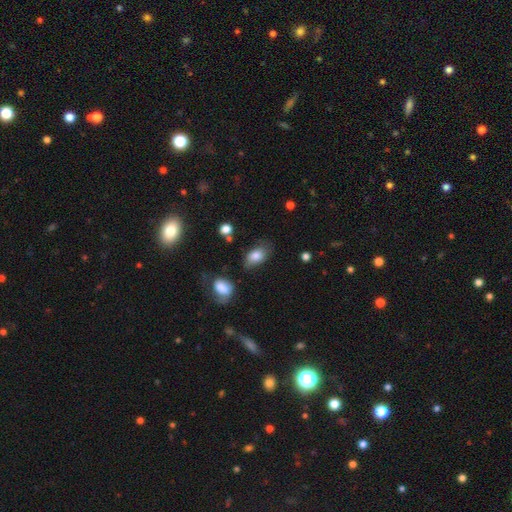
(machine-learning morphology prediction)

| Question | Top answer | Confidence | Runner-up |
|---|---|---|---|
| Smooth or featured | smooth | 79% | featured or disk (11%) |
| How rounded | in between | 86% | round (12%) |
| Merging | none | 61% | minor disturbance (26%) |